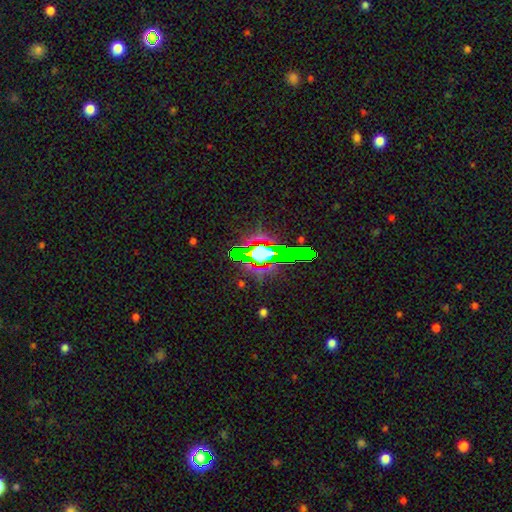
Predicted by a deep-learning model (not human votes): star or artifact 53%, smooth 25%, featured or disk 22%.